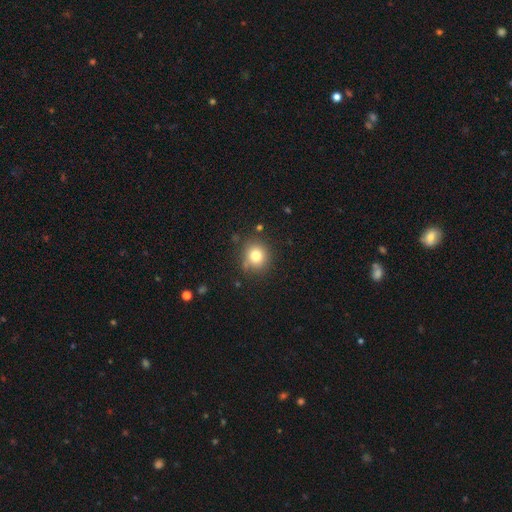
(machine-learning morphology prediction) Smooth or featured? Predicted: smooth (p=0.80). How rounded? Predicted: round (p=0.86). Merging? Predicted: none (p=0.80).